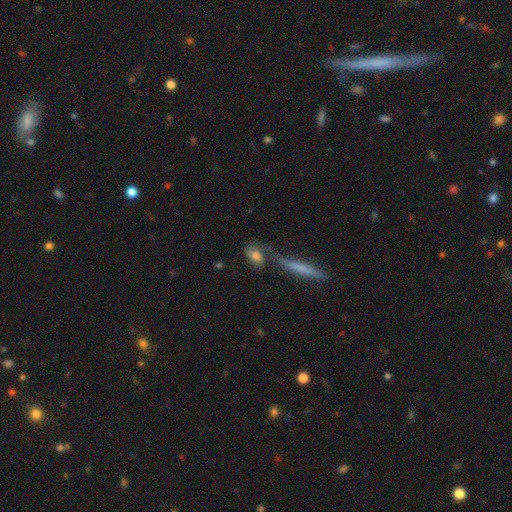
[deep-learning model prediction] Q: Smooth or featured?
A: smooth (64%); runner-up: featured or disk (27%)
Q: How rounded?
A: in between (66%); runner-up: cigar-shaped (22%)
Q: Merging?
A: none (40%); runner-up: merger (33%)